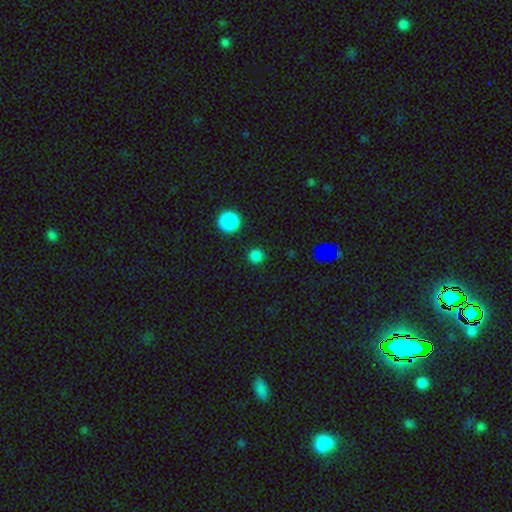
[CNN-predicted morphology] The model was most divided on "smooth or featured": smooth: 78%, star or artifact: 18%, featured or disk: 4%. More confident: how rounded — round (94%); merging — none (89%).